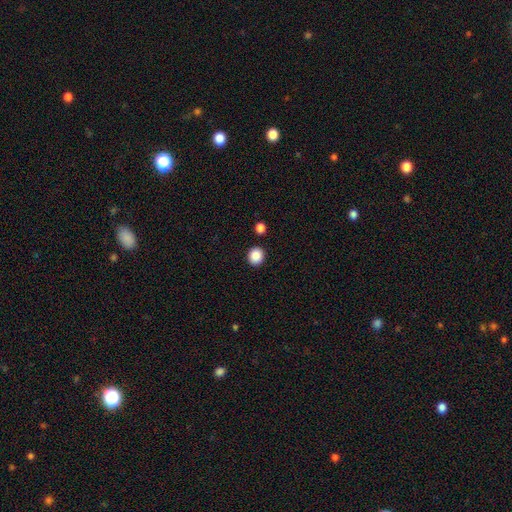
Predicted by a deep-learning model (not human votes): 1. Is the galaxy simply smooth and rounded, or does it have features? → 88% smooth, 9% star or artifact, 3% featured or disk.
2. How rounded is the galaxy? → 82% round, 17% in between, 1% cigar-shaped.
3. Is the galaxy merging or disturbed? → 90% none, 6% minor disturbance, 3% merger, 2% major disturbance.